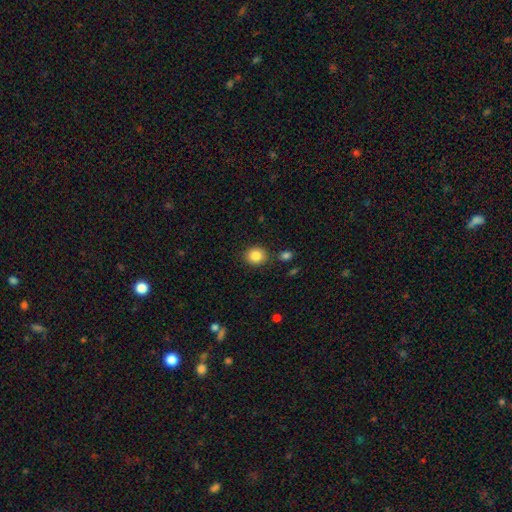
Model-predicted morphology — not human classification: Q: Smooth or featured?
A: smooth (85%); runner-up: star or artifact (9%)
Q: How rounded?
A: round (79%); runner-up: in between (20%)
Q: Merging?
A: none (85%); runner-up: minor disturbance (9%)